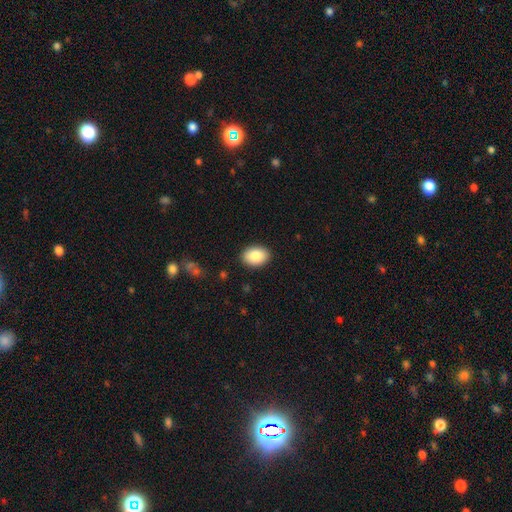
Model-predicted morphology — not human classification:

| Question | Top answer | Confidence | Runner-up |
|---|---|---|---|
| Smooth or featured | smooth | 85% | featured or disk (8%) |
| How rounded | in between | 80% | round (19%) |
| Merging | none | 89% | minor disturbance (8%) |